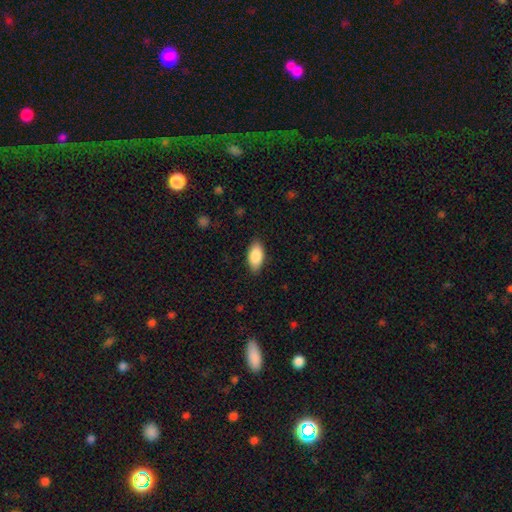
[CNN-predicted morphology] This is clearly a smooth galaxy (87%). How rounded: clearly in between (93%). Merging: clearly none (86%).